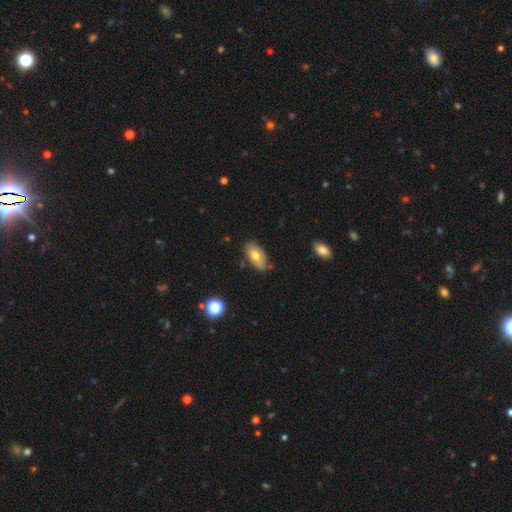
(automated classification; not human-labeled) Smooth or featured? Predicted: smooth (p=0.70). How rounded? Predicted: in between (p=0.92). Merging? Predicted: none (p=0.76).